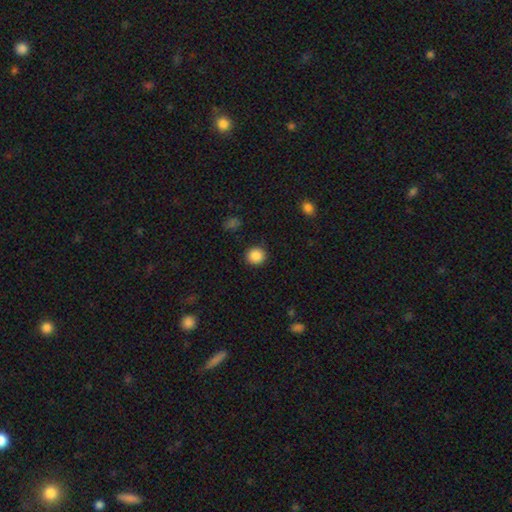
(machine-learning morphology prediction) The model was most divided on "how rounded": round: 88%, in between: 11%, cigar-shaped: 1%. More confident: merging — none (90%); smooth or featured — smooth (88%).